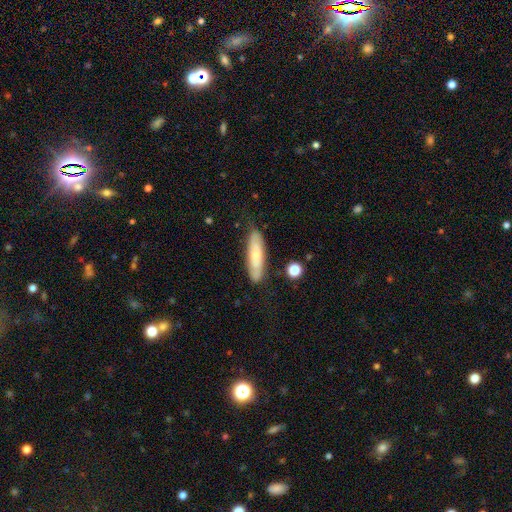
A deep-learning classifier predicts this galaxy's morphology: Q: Smooth or featured?
A: smooth (63%); runner-up: featured or disk (31%)
Q: How rounded?
A: cigar-shaped (67%); runner-up: in between (31%)
Q: Merging?
A: none (77%); runner-up: minor disturbance (17%)